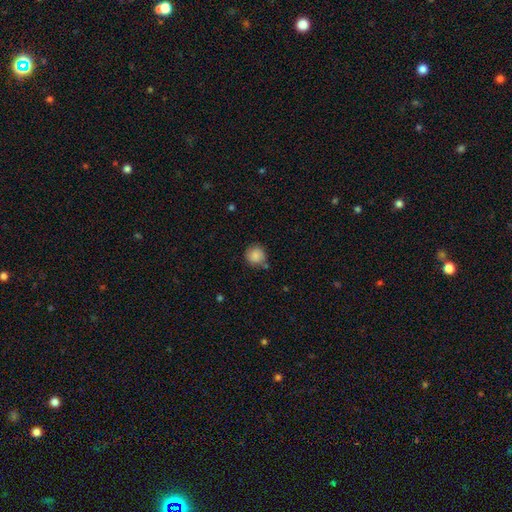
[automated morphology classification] Smooth or featured?
  - smooth: 86% *
  - star or artifact: 9%
  - featured or disk: 5%
How rounded?
  - round: 91% *
  - in between: 8%
  - cigar-shaped: 1%
Merging?
  - none: 74% *
  - minor disturbance: 16%
  - merger: 7%
  - major disturbance: 4%